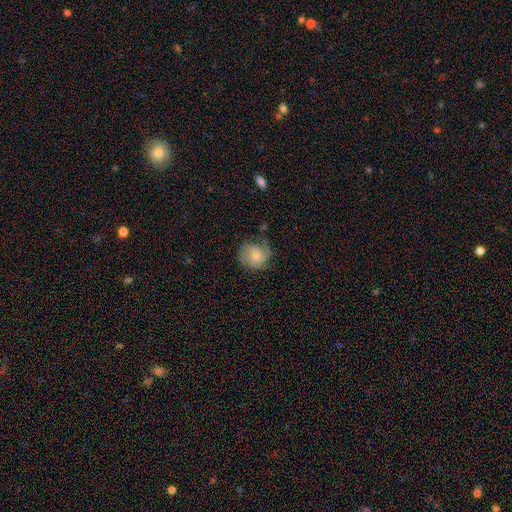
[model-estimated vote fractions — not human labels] featured or disk 48%, smooth 44%, star or artifact 8%. Down the decision tree: merging — none (66%).